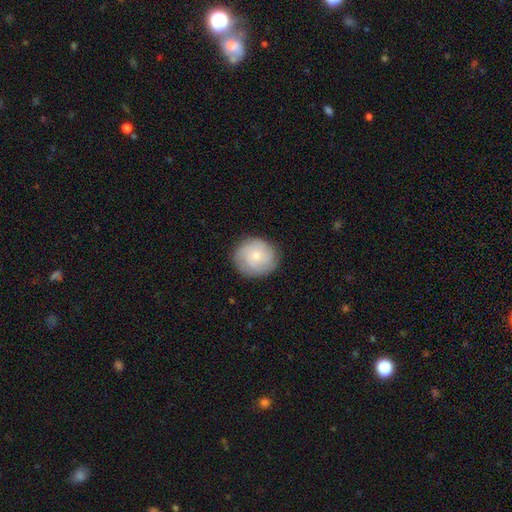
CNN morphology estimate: Smooth or featured?
  - smooth: 47% *
  - featured or disk: 45%
  - star or artifact: 7%
Merging?
  - none: 83% *
  - minor disturbance: 12%
  - major disturbance: 3%
  - merger: 1%